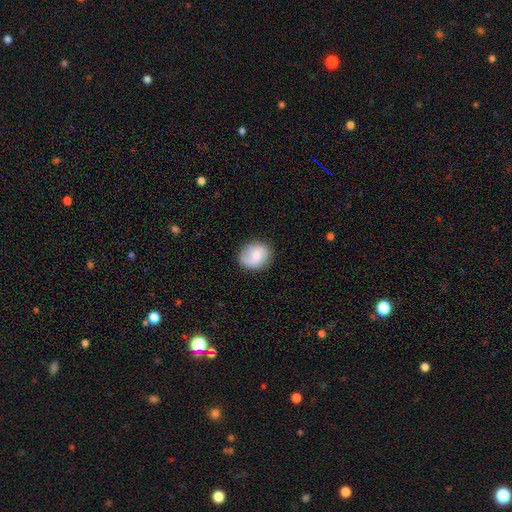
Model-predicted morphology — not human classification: The model was most divided on "smooth or featured": smooth: 49%, featured or disk: 43%, star or artifact: 7%. More confident: merging — none (79%).